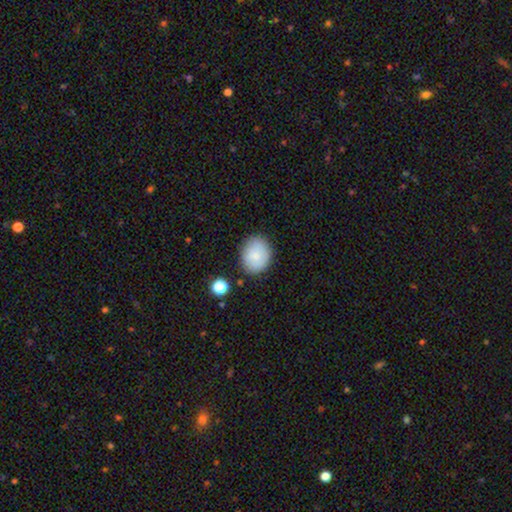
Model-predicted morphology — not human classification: A smooth galaxy with no disk features (82%) that is round (57%).

Vote fractions:
- Smooth or featured? smooth: 82% / featured or disk: 10% / star or artifact: 8%
- How rounded? round: 57% / in between: 42% / cigar-shaped: 1%
- Merging? none: 80% / minor disturbance: 14% / major disturbance: 3% / merger: 3%